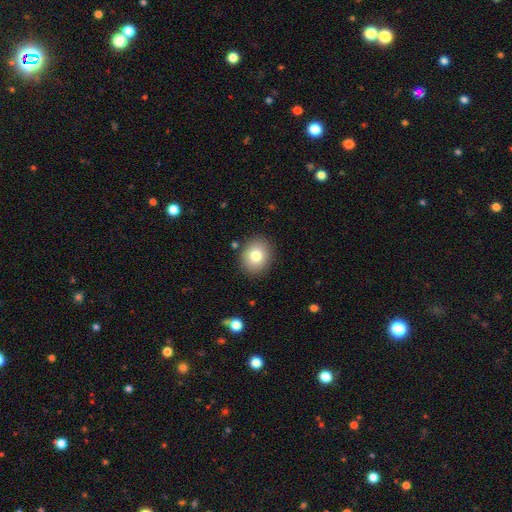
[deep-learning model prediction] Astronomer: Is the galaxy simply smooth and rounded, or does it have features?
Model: smooth — 80%.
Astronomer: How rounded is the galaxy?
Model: round — 66%.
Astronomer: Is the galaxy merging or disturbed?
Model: none — 88%.